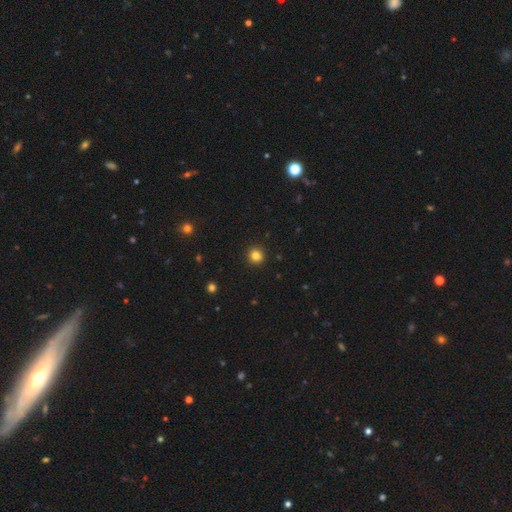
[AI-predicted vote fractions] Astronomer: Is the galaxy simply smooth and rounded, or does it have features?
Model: smooth — 83%.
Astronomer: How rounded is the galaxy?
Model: round — 91%.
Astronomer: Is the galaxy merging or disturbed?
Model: none — 92%.